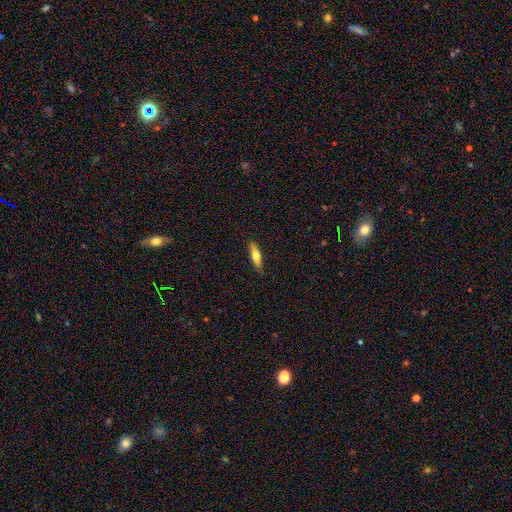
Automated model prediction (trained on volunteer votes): smooth 59%, featured or disk 35%, star or artifact 6%. Down the decision tree: how rounded — cigar-shaped (66%); merging — none (85%).